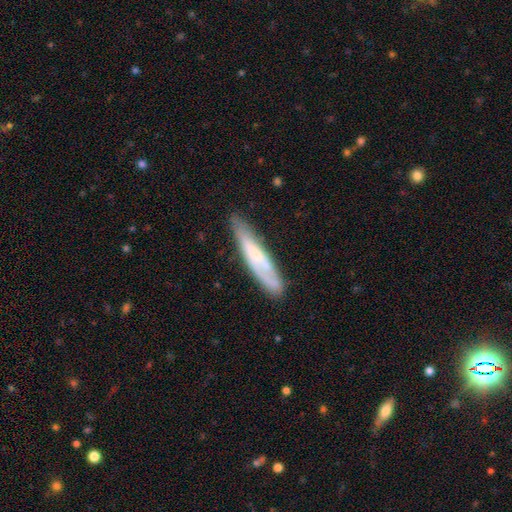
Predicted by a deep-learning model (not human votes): featured or disk 51%, smooth 42%, star or artifact 6%. Down the decision tree: edge-on disk — yes (50%, tied with no); merging — none (73%).